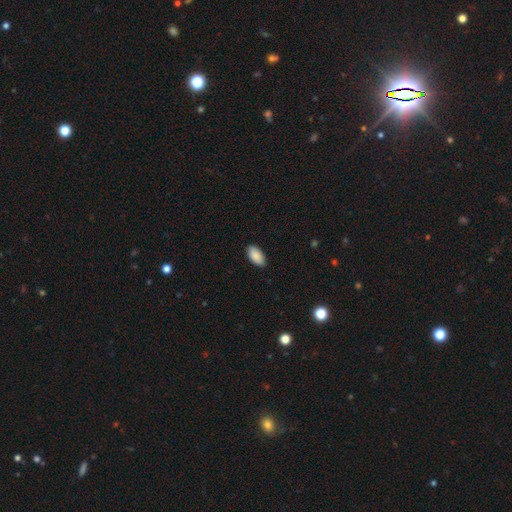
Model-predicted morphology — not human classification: smooth_or_featured: smooth (p=0.89) [alt: star or artifact p=0.06]
how_rounded: in between (p=0.95) [alt: cigar-shaped p=0.03]
merging: none (p=0.88) [alt: minor disturbance p=0.09]